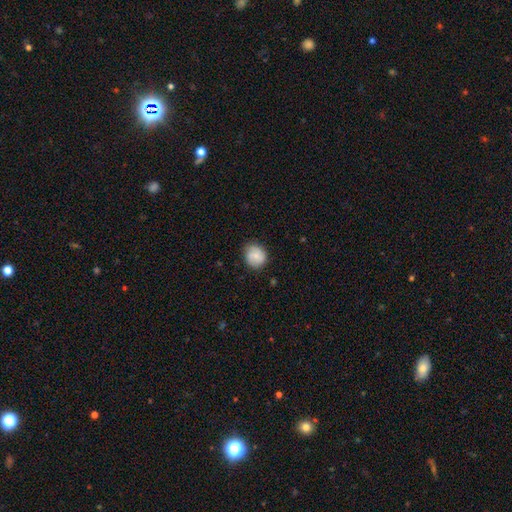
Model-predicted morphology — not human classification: Smooth or featured? smooth (76%)
How rounded? round (78%)
Merging? none (76%)